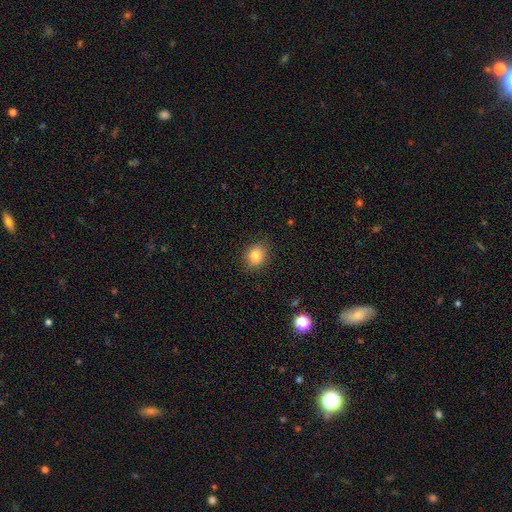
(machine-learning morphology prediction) The model was most divided on "how rounded": round: 71%, in between: 28%, cigar-shaped: 1%. More confident: merging — none (87%); smooth or featured — smooth (82%).